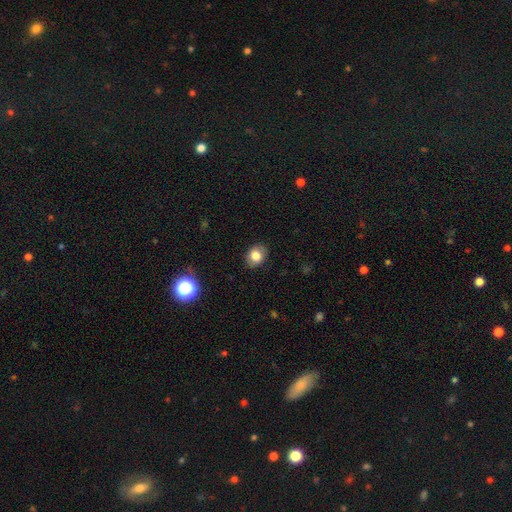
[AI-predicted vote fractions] smooth_or_featured: smooth (p=0.80) [alt: star or artifact p=0.10]
how_rounded: in between (p=0.52) [alt: round p=0.47]
merging: none (p=0.87) [alt: minor disturbance p=0.10]